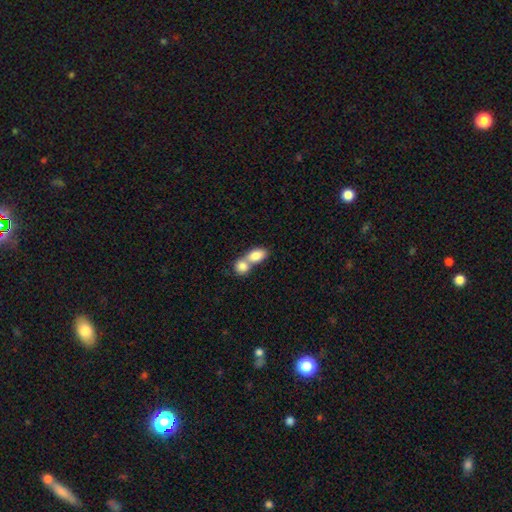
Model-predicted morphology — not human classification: A smooth galaxy with no disk features (83%) that is in between round and cigar-shaped (80%). Merging: merger (71%).